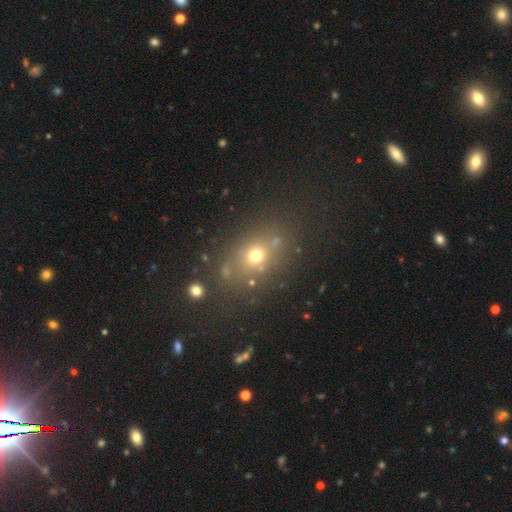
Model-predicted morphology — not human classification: Overall: smooth (64%). How rounded: in between (53%; round 44%). Merging: none (73%).